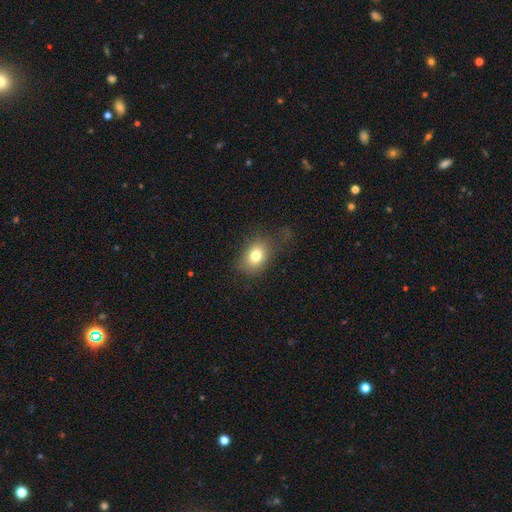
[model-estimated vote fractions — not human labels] Q: Smooth or featured?
A: smooth (77%); runner-up: featured or disk (12%)
Q: How rounded?
A: in between (70%); runner-up: round (29%)
Q: Merging?
A: none (63%); runner-up: minor disturbance (22%)